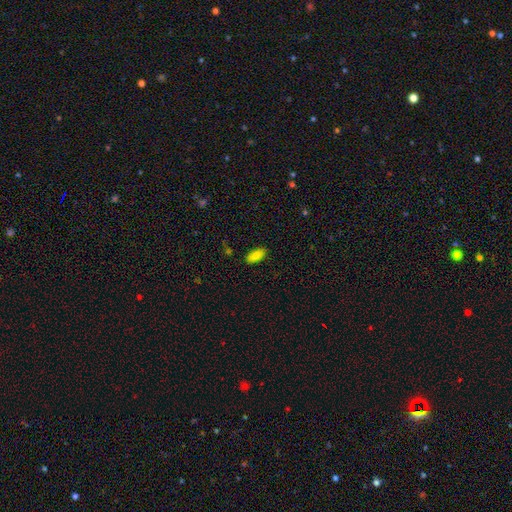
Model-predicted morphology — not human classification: smooth-or-featured: smooth: 87% | star or artifact: 8% | featured or disk: 5%
  how-rounded: in between: 89% | cigar-shaped: 9% | round: 2%
  merging: none: 87% | minor disturbance: 9% | major disturbance: 2% | merger: 1%